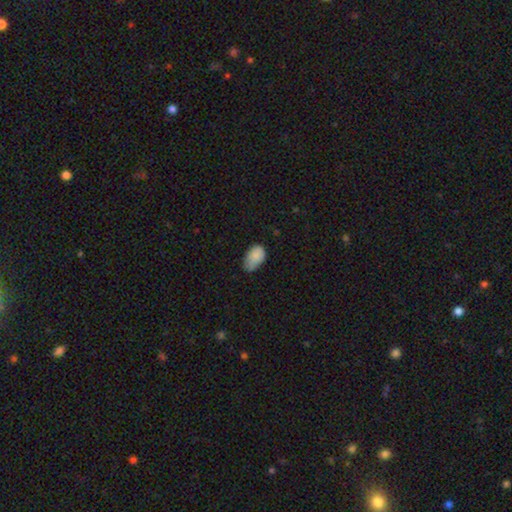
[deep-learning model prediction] This appears to be a smooth galaxy with no disk features (84%) that is in between round and cigar-shaped (89%). Merging: minor disturbance (46%).